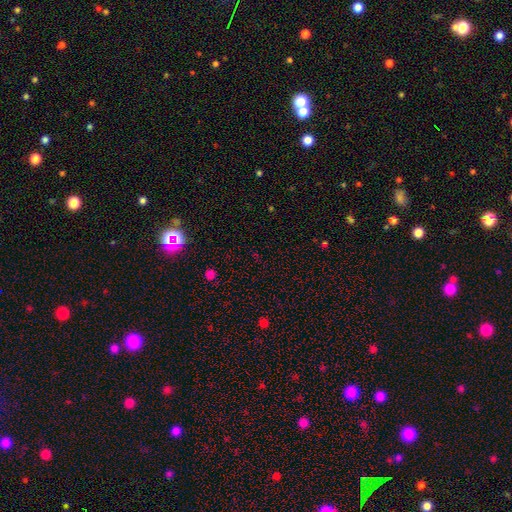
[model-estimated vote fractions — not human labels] smooth_or_featured: star or artifact (p=0.65) [alt: smooth p=0.27]